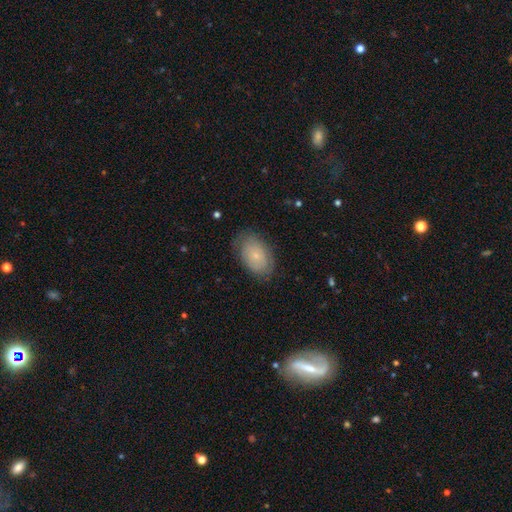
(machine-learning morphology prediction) Smooth or featured? Predicted: smooth (p=0.65). How rounded? Predicted: in between (p=0.90). Merging? Predicted: none (p=0.75).